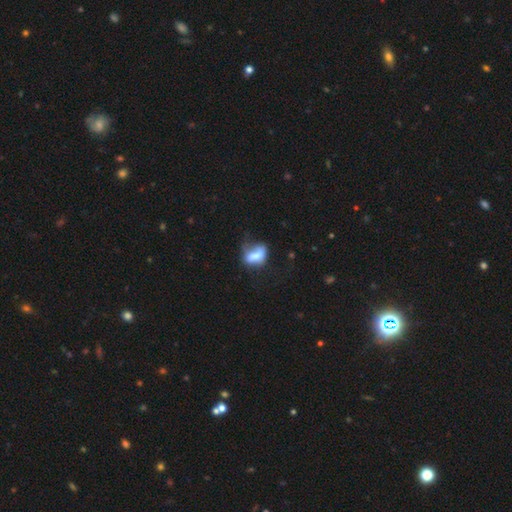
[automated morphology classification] smooth 64%, featured or disk 27%, star or artifact 9%. Down the decision tree: how rounded — in between (77%); merging — none (32%).